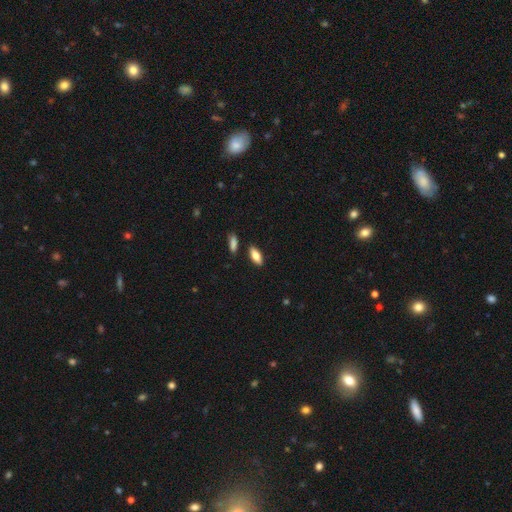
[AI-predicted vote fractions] smooth 77%, featured or disk 17%, star or artifact 7%. Down the decision tree: how rounded — in between (80%); merging — none (86%).